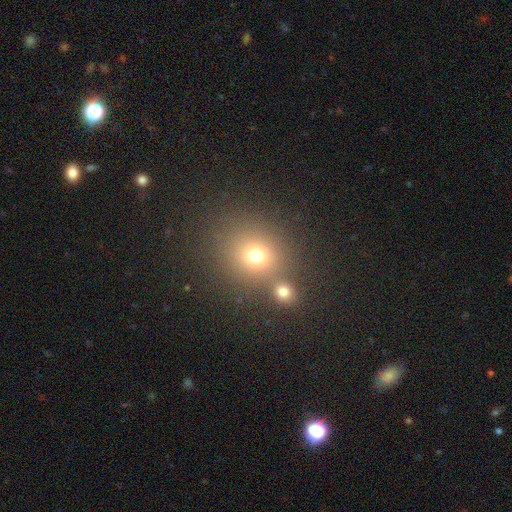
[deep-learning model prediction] This appears to be a smooth galaxy with no disk features (69%) that is round (78%). Merging: none (63%).